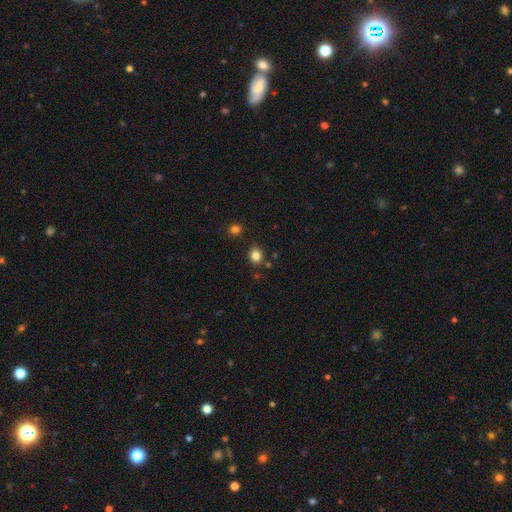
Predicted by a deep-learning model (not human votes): This appears to be a smooth galaxy with no disk features (83%) that is round (76%). Merging: none (85%).